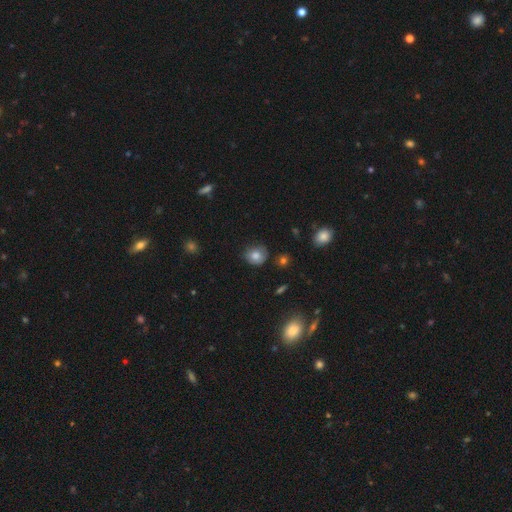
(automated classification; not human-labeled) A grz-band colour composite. It shows a smooth galaxy with no disk features (78%) that is round (72%). Merging: none (71%).